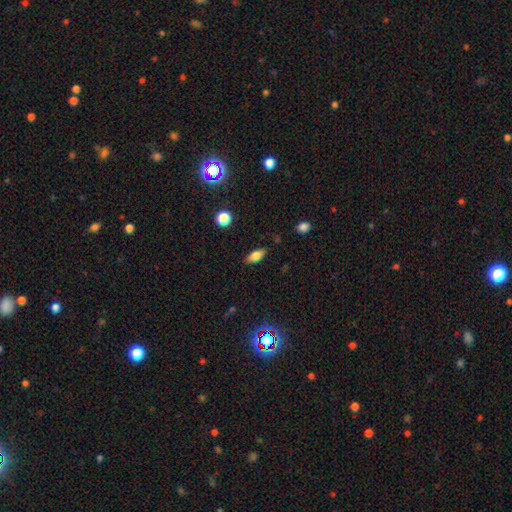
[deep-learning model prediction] Smooth or featured? Predicted: smooth (p=0.71). How rounded? Predicted: in between (p=0.81). Merging? Predicted: none (p=0.84).